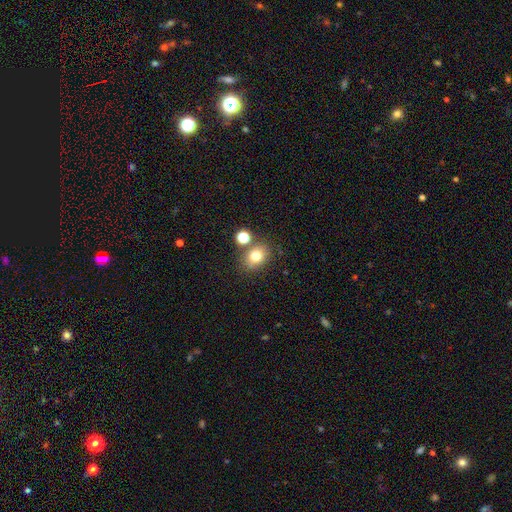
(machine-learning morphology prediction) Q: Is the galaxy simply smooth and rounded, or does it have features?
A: smooth — 76%.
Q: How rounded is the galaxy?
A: round — 52%.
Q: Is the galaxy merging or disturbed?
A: none — 70%.